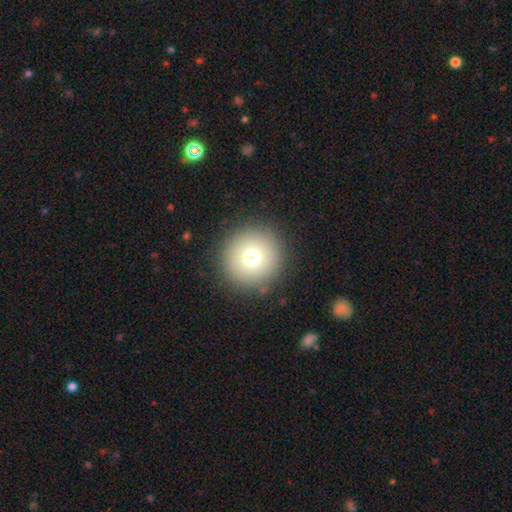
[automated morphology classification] Smooth or featured?
  - smooth: 74% *
  - featured or disk: 14%
  - star or artifact: 12%
How rounded?
  - round: 96% *
  - in between: 3%
  - cigar-shaped: 1%
Merging?
  - none: 91% *
  - minor disturbance: 6%
  - major disturbance: 2%
  - merger: 1%